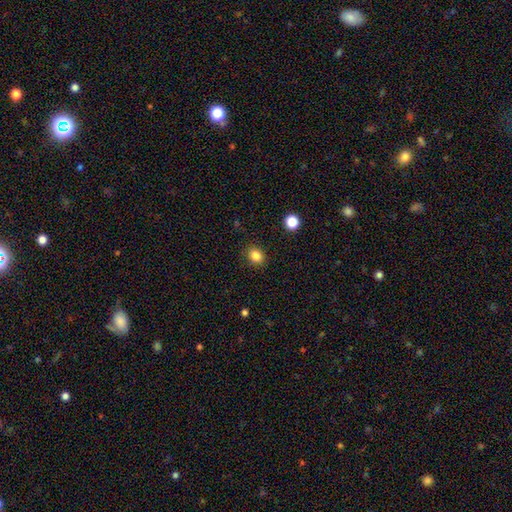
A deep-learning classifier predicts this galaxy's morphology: Q: Smooth or featured?
A: smooth (85%); runner-up: star or artifact (11%)
Q: How rounded?
A: round (51%); runner-up: in between (48%)
Q: Merging?
A: none (87%); runner-up: minor disturbance (9%)